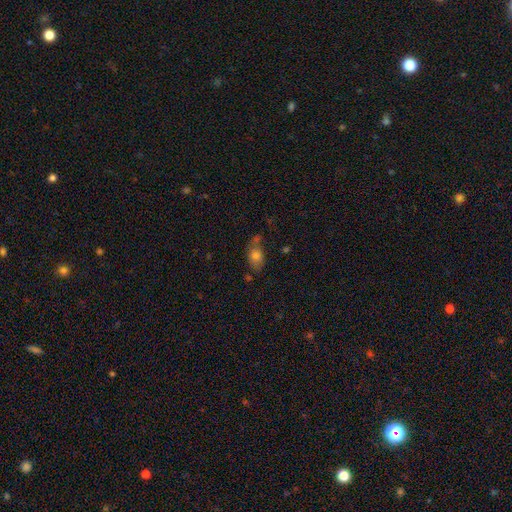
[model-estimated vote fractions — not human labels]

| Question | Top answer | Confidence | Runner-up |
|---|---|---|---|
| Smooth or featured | smooth | 72% | featured or disk (16%) |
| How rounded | in between | 80% | round (16%) |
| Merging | none | 42% | minor disturbance (24%) |